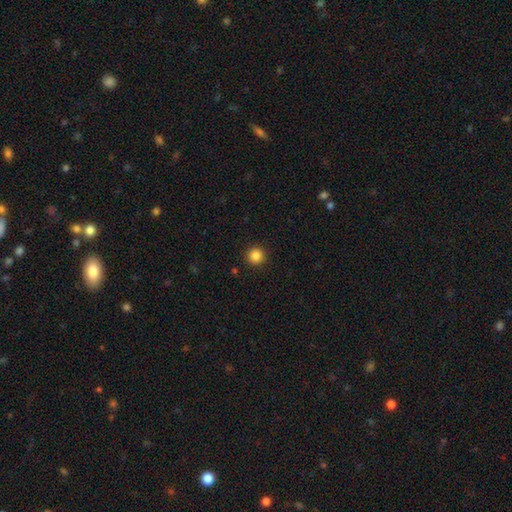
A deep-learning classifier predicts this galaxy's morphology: A smooth galaxy with no disk features (85%) that is round (96%). Merging: none (93%).